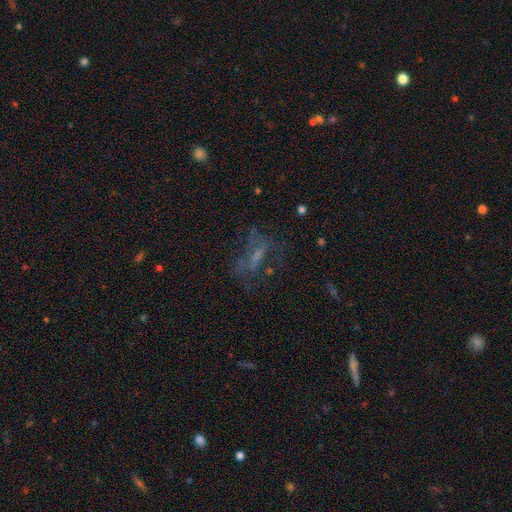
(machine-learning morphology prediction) Smooth or featured? featured or disk (44%)
Merging? none (50%)